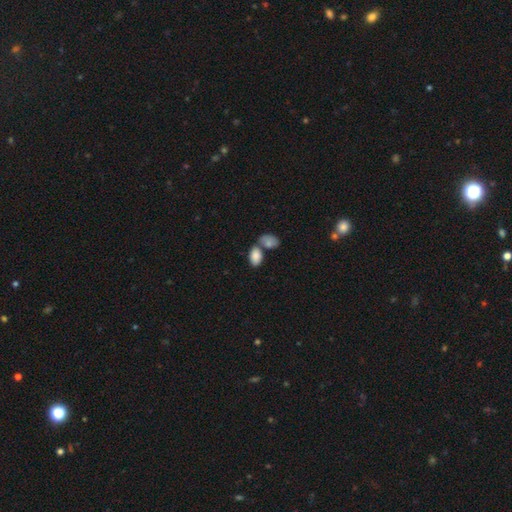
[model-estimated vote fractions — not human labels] The model was most divided on "merging": none: 46%, merger: 38%, minor disturbance: 12%, major disturbance: 4%. More confident: how rounded — in between (92%); smooth or featured — smooth (86%).